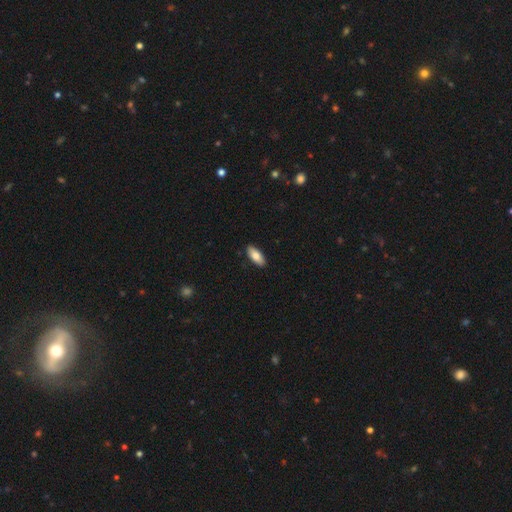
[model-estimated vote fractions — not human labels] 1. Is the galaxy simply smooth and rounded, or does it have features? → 79% smooth, 15% featured or disk, 6% star or artifact.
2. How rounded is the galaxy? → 83% in between, 15% cigar-shaped, 2% round.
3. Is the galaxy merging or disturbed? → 90% none, 7% minor disturbance, 1% major disturbance, 1% merger.